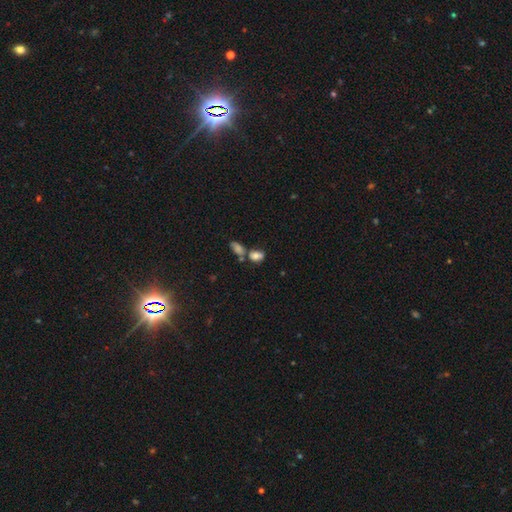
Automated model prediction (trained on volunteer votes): smooth-or-featured: smooth: 74% | featured or disk: 13% | star or artifact: 12%
  how-rounded: in between: 78% | round: 19% | cigar-shaped: 3%
  merging: merger: 43% | none: 37% | minor disturbance: 14% | major disturbance: 6%